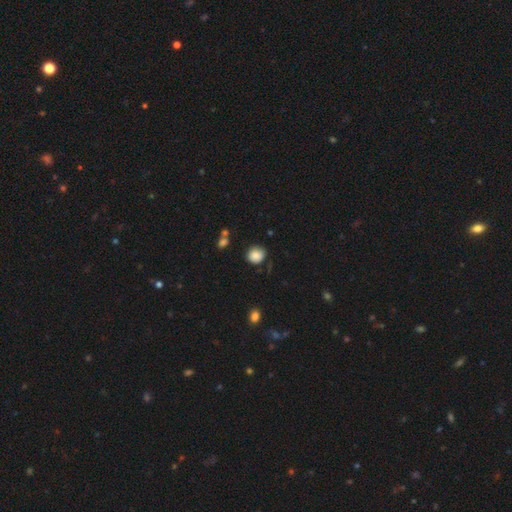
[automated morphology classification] Smooth or featured? smooth (86%)
How rounded? round (77%)
Merging? none (76%)